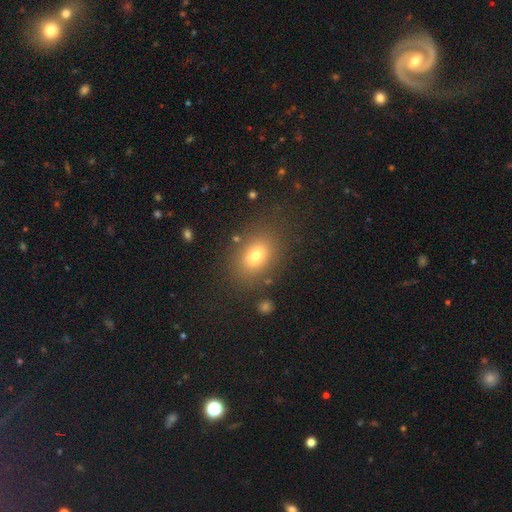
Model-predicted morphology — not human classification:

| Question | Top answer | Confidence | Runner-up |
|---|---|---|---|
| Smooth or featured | smooth | 75% | featured or disk (13%) |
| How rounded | in between | 74% | round (25%) |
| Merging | none | 81% | minor disturbance (11%) |